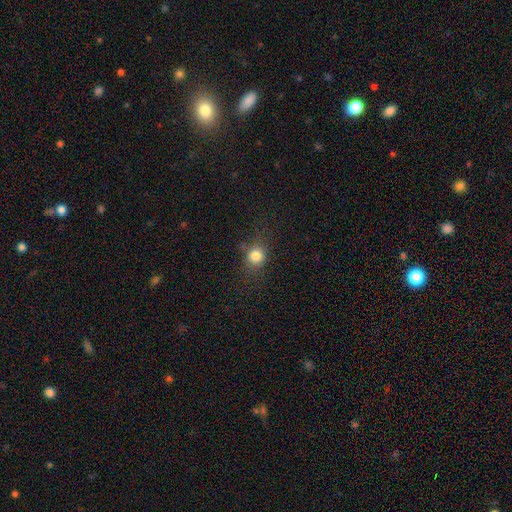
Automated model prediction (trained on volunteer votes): Smooth or featured? smooth (81%)
How rounded? round (75%)
Merging? none (74%)